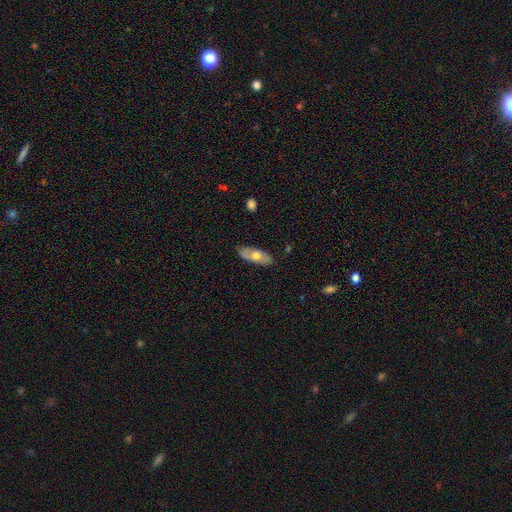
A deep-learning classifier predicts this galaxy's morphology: Smooth or featured: smooth — 53% (featured or disk — 41%)
How rounded: in between — 77% (cigar-shaped — 20%)
Merging: none — 82% (minor disturbance — 14%)